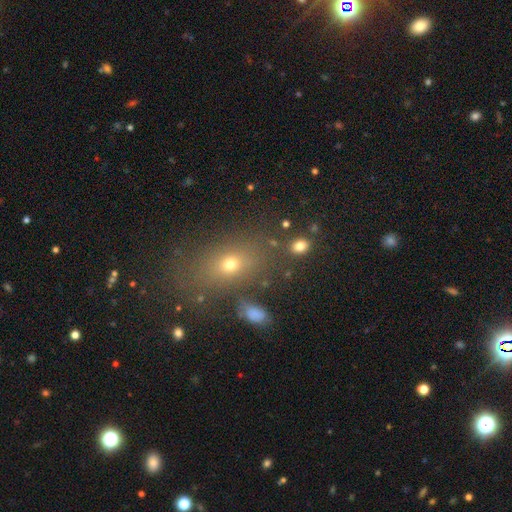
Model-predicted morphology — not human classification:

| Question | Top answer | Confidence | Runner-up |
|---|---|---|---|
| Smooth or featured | smooth | 53% | star or artifact (31%) |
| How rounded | in between | 67% | round (26%) |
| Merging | none | 78% | minor disturbance (10%) |